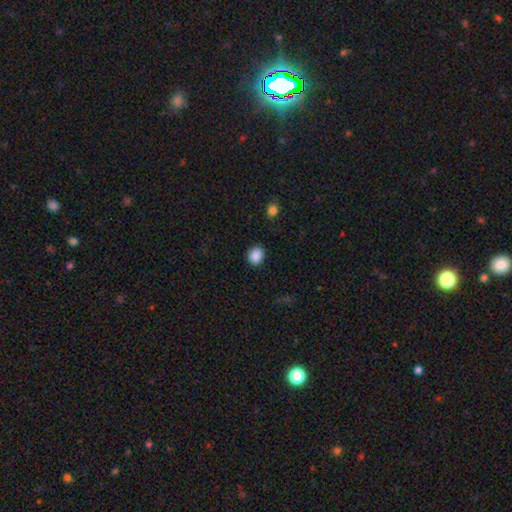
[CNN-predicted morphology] Smooth or featured? Predicted: smooth (p=0.88). How rounded? Predicted: round (p=0.68). Merging? Predicted: none (p=0.87).